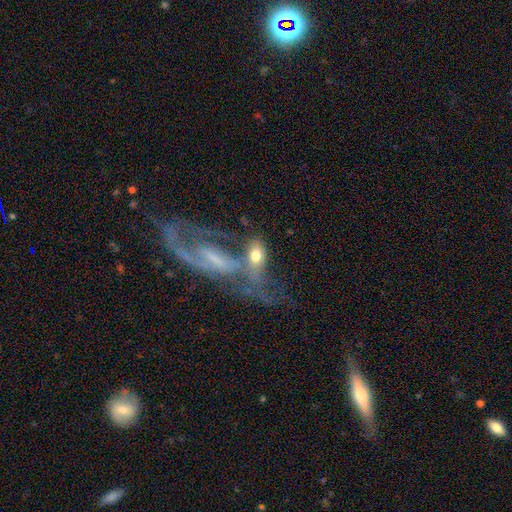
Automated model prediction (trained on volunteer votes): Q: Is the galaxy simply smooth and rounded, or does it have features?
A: smooth — 51%.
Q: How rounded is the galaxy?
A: in between — 80%.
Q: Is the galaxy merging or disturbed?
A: merger — 46%.